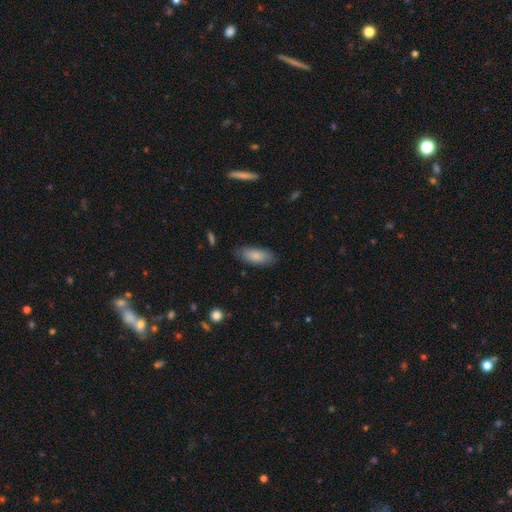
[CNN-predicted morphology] Smooth or featured? Predicted: smooth (p=0.84). How rounded? Predicted: in between (p=0.79). Merging? Predicted: none (p=0.83).